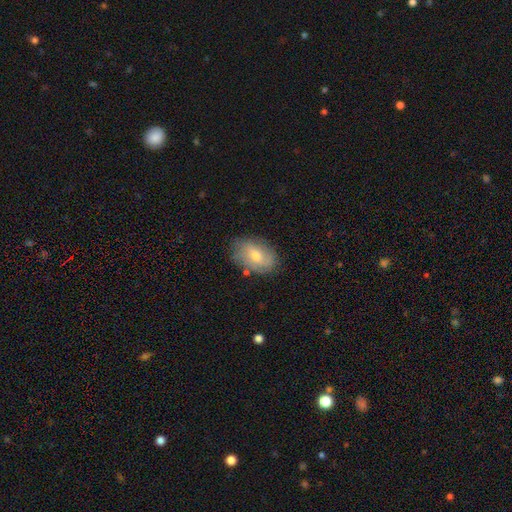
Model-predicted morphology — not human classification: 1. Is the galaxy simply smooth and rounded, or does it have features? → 56% smooth, 35% featured or disk, 9% star or artifact.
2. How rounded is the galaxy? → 86% in between, 13% round, 2% cigar-shaped.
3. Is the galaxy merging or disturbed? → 74% none, 20% minor disturbance, 5% major disturbance, 2% merger.